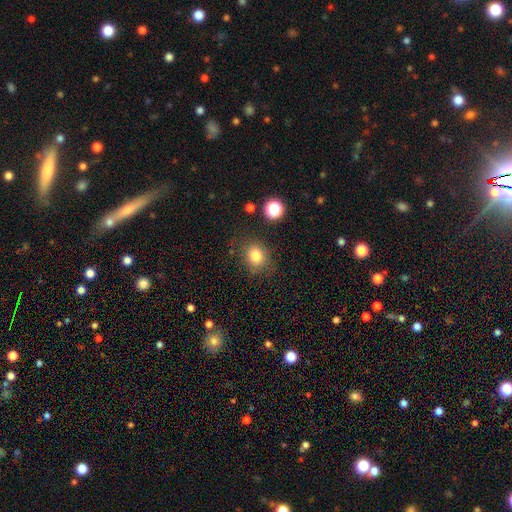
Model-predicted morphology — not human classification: Smooth or featured? Predicted: smooth (p=0.81). How rounded? Predicted: round (p=0.65). Merging? Predicted: none (p=0.78).